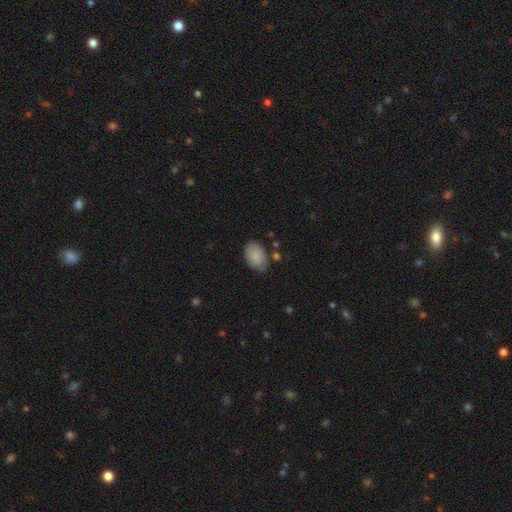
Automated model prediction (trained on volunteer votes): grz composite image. It shows a smooth galaxy with no disk features (86%) that is in between round and cigar-shaped (86%). Merging: none (68%).